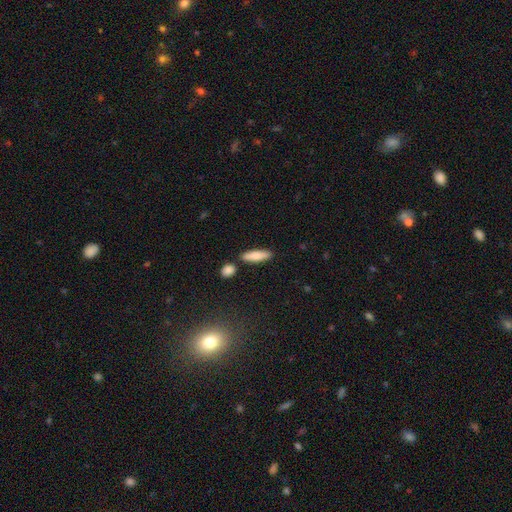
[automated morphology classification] Smooth or featured? smooth (81%)
How rounded? cigar-shaped (61%)
Merging? none (81%)